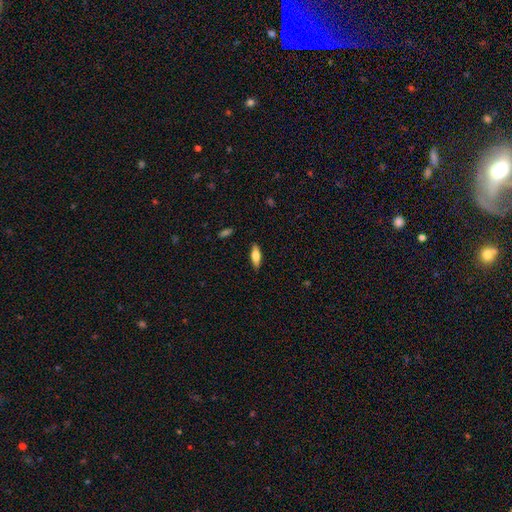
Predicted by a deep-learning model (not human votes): smooth-or-featured: smooth: 64% | featured or disk: 29% | star or artifact: 6%
  how-rounded: in between: 57% | cigar-shaped: 40% | round: 2%
  merging: none: 87% | minor disturbance: 10% | major disturbance: 2% | merger: 1%